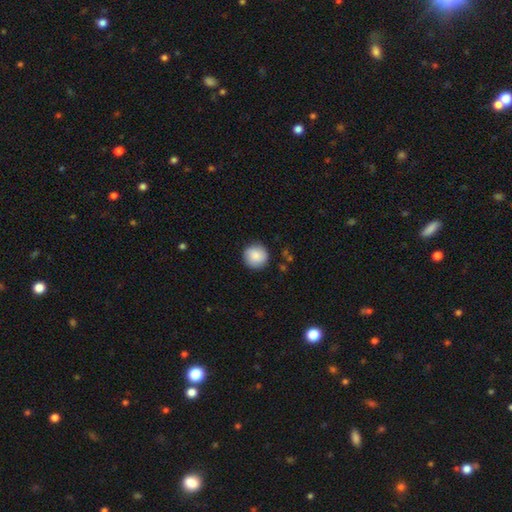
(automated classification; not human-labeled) Smooth or featured? smooth (87%)
How rounded? round (95%)
Merging? none (89%)